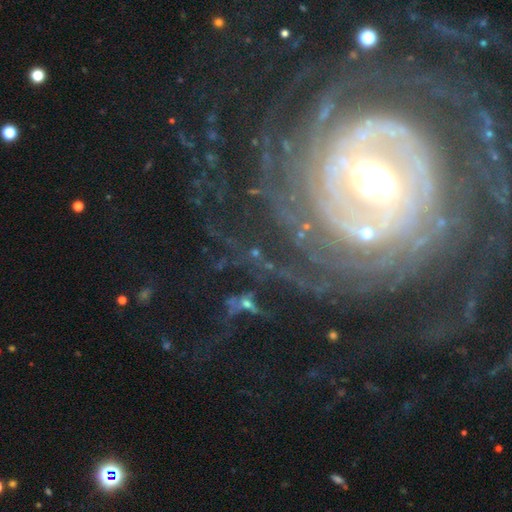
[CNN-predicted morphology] The model was most divided on "bulge size": small: 43%, moderate: 39%, large: 12%, none: 3%, dominant: 3%. Remaining: edge-on disk — no (94%); spiral arms — yes (91%); smooth or featured — featured or disk (77%); merging — none (65%); spiral winding — tight (64%); bar — no (45%); spiral arm count — can't tell (30%).